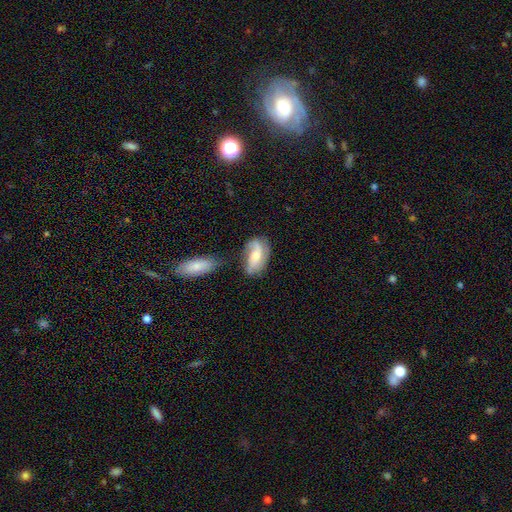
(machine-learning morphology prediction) A featured or disk galaxy (58%) with no bar (50%), spiral arms (87%) and a moderate central bulge (58%). Merging: none (53%).